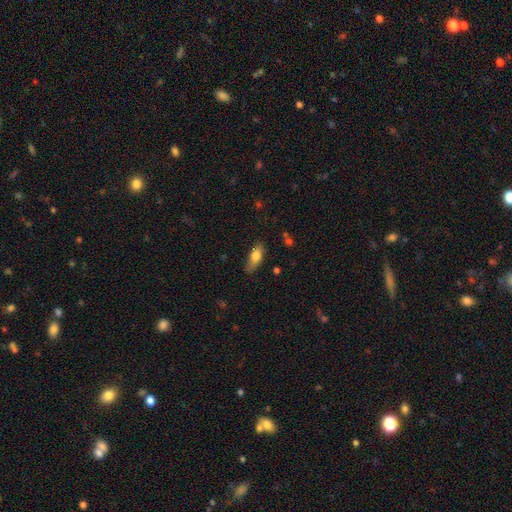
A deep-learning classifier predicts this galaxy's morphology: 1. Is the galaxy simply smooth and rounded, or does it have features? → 76% smooth, 17% featured or disk, 7% star or artifact.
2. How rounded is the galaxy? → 74% in between, 23% cigar-shaped, 3% round.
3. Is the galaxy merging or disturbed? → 74% none, 20% minor disturbance, 4% major disturbance, 2% merger.